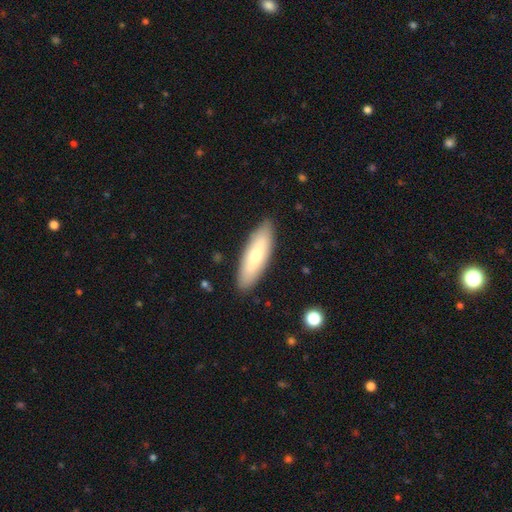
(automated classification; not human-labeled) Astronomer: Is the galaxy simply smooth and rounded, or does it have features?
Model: smooth — 64%.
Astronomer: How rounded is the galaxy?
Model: in between — 54% (runner-up: cigar-shaped, 44%).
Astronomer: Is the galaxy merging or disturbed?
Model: none — 87%.